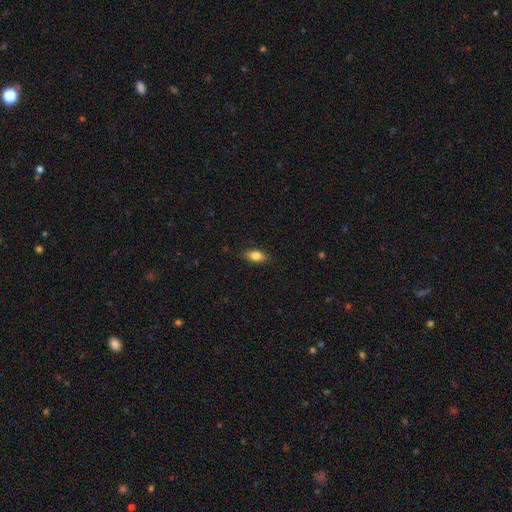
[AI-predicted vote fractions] Smooth or featured: smooth — 80% (featured or disk — 12%)
How rounded: in between — 86% (cigar-shaped — 9%)
Merging: none — 86% (minor disturbance — 11%)